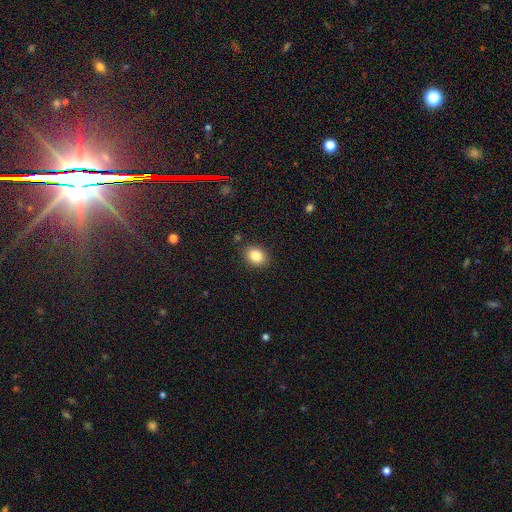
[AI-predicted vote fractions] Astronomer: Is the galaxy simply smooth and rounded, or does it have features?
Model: smooth — 85%.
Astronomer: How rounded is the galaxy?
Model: in between — 57% (runner-up: round, 42%).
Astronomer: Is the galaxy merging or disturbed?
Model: none — 88%.